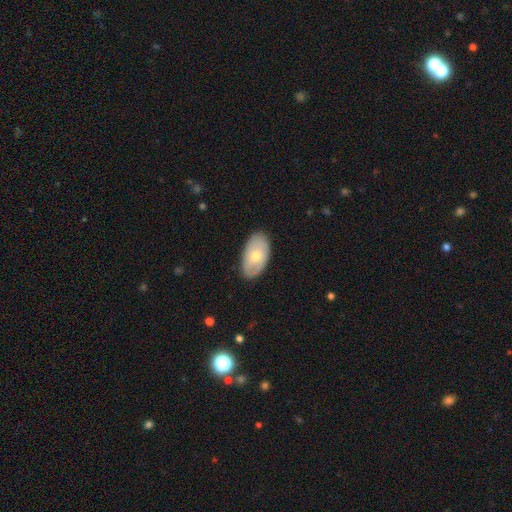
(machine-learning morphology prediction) A smooth galaxy with no disk features (56%) that is in between round and cigar-shaped (93%). Merging: none (82%).